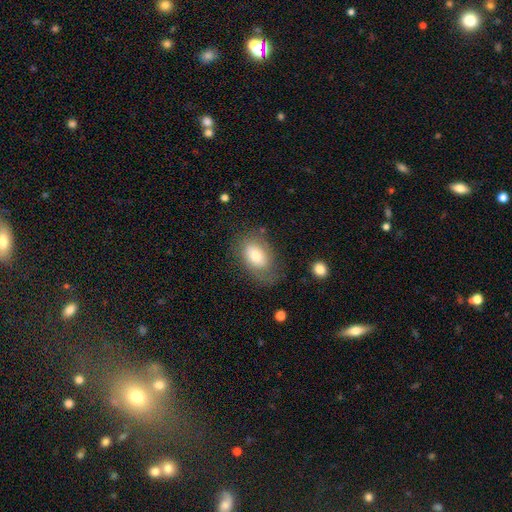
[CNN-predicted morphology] smooth 69%, featured or disk 23%, star or artifact 8%. Down the decision tree: how rounded — in between (86%); merging — none (64%).